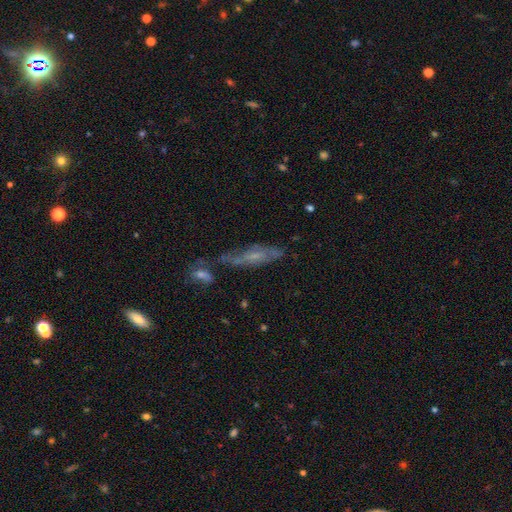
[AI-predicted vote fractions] Smooth or featured: featured or disk — 53% (smooth — 37%)
Edge-on disk: no — 64% (yes — 36%)
Merging: none — 43% (minor disturbance — 21%)